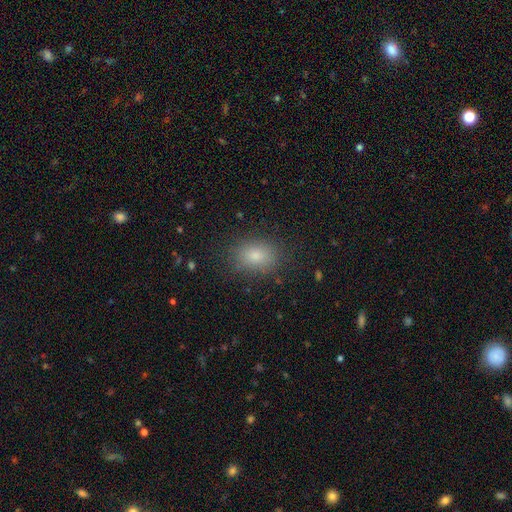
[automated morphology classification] Smooth or featured: smooth — 81% (star or artifact — 11%)
How rounded: in between — 70% (round — 29%)
Merging: none — 84% (minor disturbance — 11%)